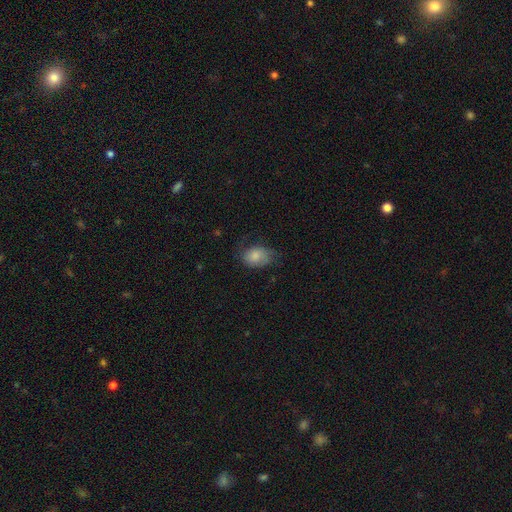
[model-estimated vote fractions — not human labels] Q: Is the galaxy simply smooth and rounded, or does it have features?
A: smooth — 76%.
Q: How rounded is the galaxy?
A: in between — 73%.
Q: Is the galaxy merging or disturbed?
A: none — 50%.